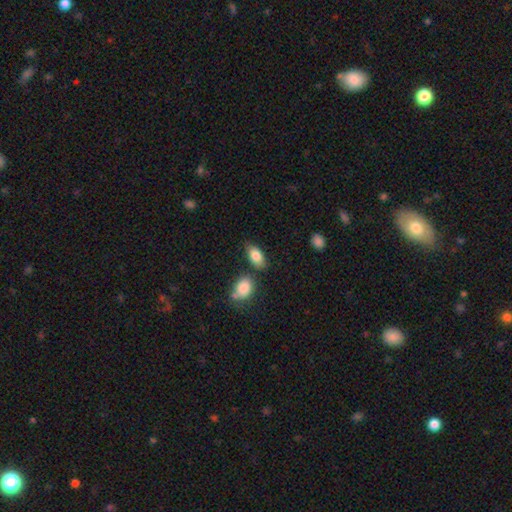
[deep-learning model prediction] This is clearly a smooth galaxy (84%). How rounded: clearly in between (90%). Merging: likely none (71%).